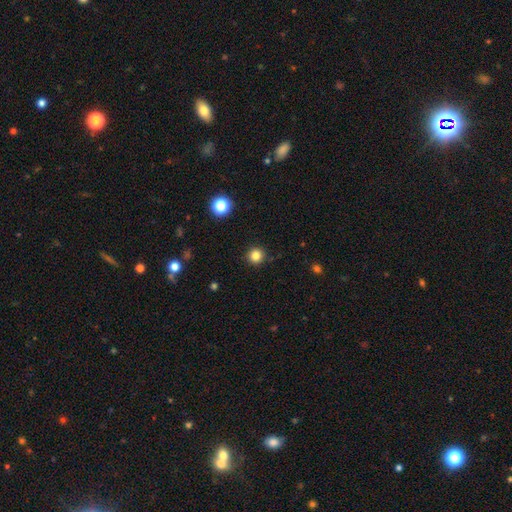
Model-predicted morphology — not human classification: This appears to be a smooth galaxy with no disk features (83%) that is round (95%). Merging: none (91%).